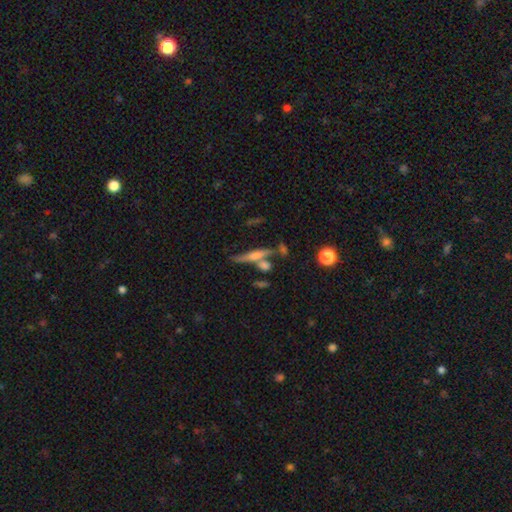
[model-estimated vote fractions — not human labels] Smooth or featured?
  - featured or disk: 53% *
  - smooth: 35%
  - star or artifact: 11%
Edge-on disk?
  - yes: 86% *
  - no: 14%
Merging?
  - none: 57% *
  - merger: 21%
  - minor disturbance: 14%
  - major disturbance: 7%